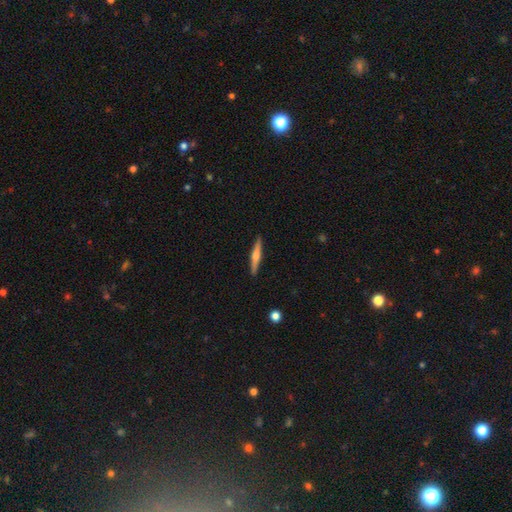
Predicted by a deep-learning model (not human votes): smooth_or_featured: featured or disk (p=0.59) [alt: smooth p=0.35]
disk_edge_on: yes (p=0.98) [alt: no p=0.02]
edge_on_bulge: rounded (p=0.86) [alt: none p=0.07]
merging: none (p=0.91) [alt: minor disturbance p=0.06]